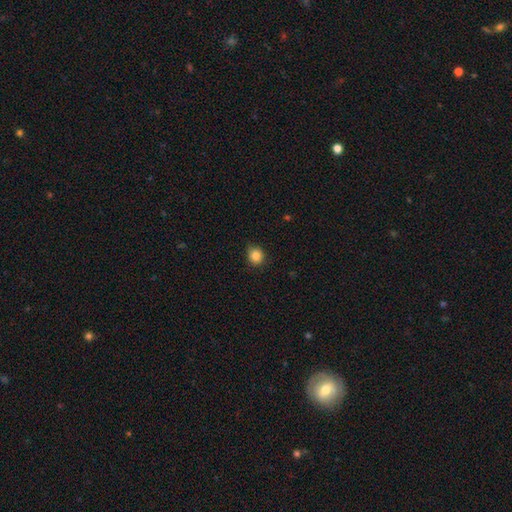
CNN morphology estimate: This is clearly a smooth galaxy (84%). How rounded: clearly round (82%). Merging: clearly none (84%).